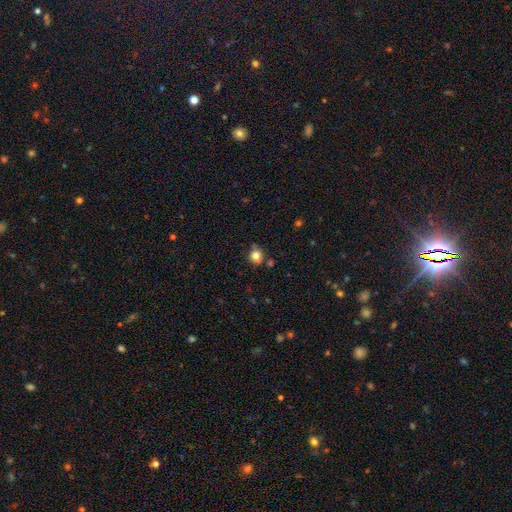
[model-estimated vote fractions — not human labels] This is likely a smooth galaxy (79%). How rounded: clearly round (89%). Merging: likely none (73%).